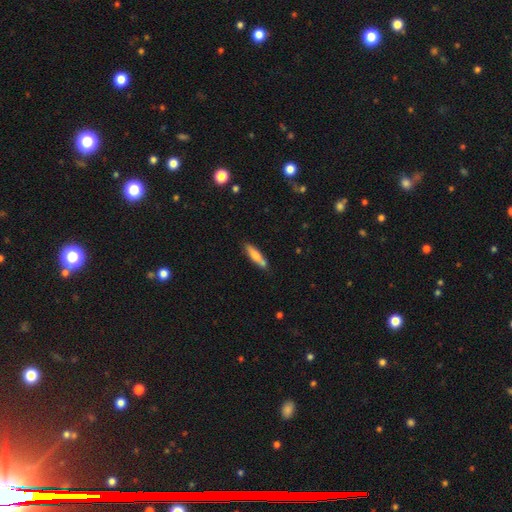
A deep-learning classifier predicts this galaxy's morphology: Smooth or featured?
  - smooth: 71% *
  - featured or disk: 23%
  - star or artifact: 6%
How rounded?
  - cigar-shaped: 79% *
  - in between: 20%
  - round: 1%
Merging?
  - none: 76% *
  - minor disturbance: 15%
  - merger: 6%
  - major disturbance: 3%